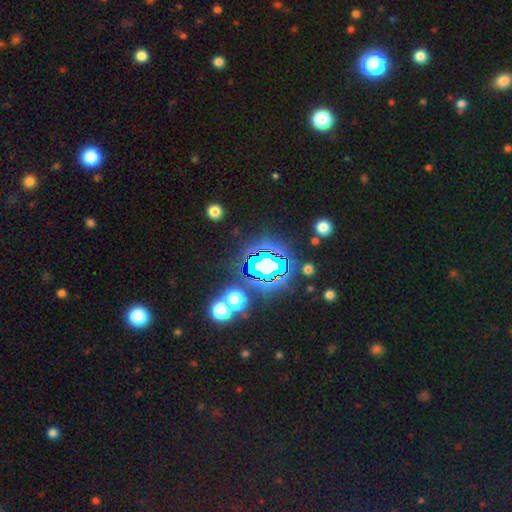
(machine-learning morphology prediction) Smooth or featured: star or artifact — 68% (smooth — 19%)